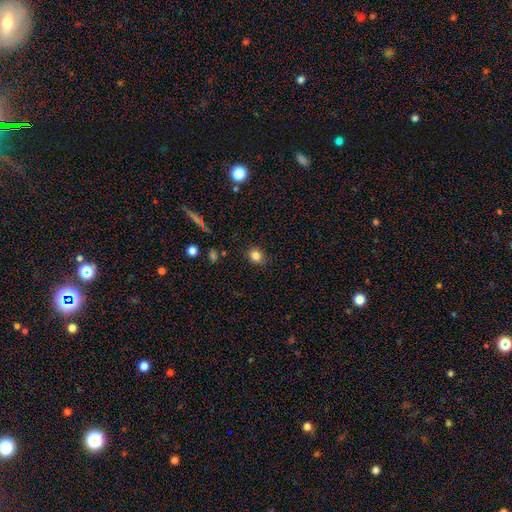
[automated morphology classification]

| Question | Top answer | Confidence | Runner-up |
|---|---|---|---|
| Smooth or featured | smooth | 83% | star or artifact (12%) |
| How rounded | round | 72% | in between (27%) |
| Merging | none | 88% | minor disturbance (9%) |